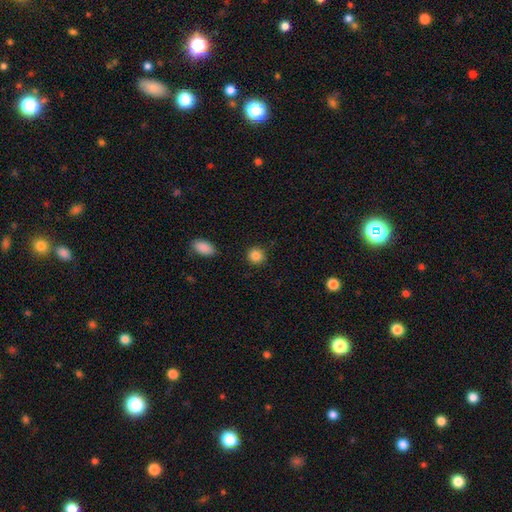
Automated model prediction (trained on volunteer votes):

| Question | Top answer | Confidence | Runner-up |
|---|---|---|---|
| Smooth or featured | smooth | 87% | star or artifact (10%) |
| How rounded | round | 88% | in between (11%) |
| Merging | none | 88% | minor disturbance (8%) |